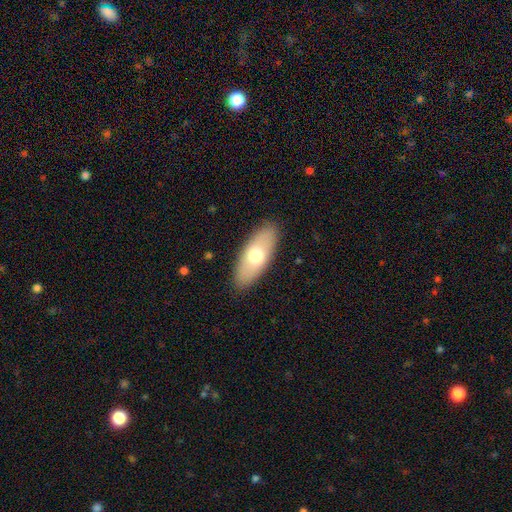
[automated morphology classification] A smooth galaxy with no disk features (67%) that is in between round and cigar-shaped (81%). Merging: none (87%).